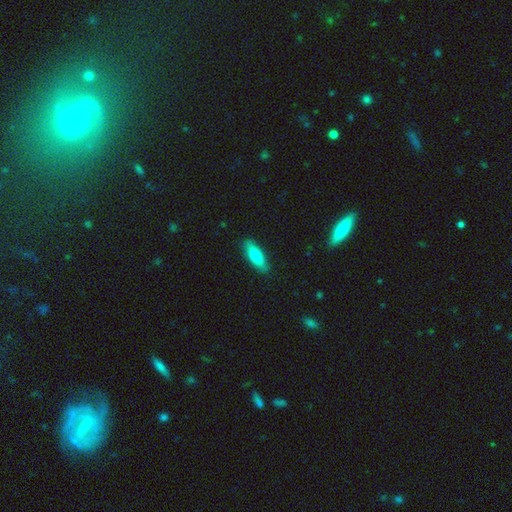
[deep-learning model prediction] Overall: smooth (75%). How rounded: in between (53%; cigar-shaped 45%). Merging: none (88%).